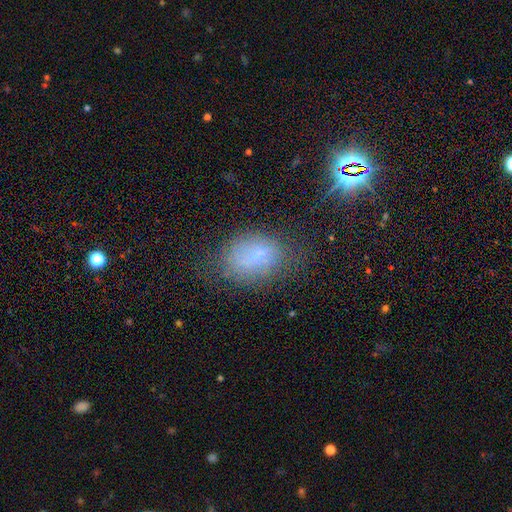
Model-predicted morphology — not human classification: Overall: smooth (55%; featured or disk 23%). How rounded: in between (79%). Merging: none (61%; minor disturbance 25%).